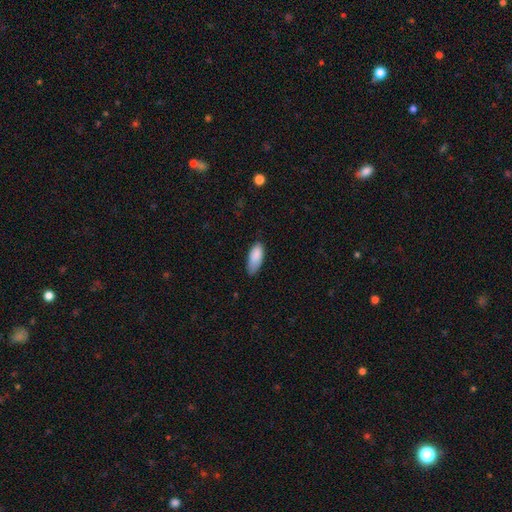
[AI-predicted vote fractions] A smooth galaxy with no disk features (88%) that is in between round and cigar-shaped (84%).

Vote fractions:
- Smooth or featured? smooth: 88% / star or artifact: 6% / featured or disk: 6%
- How rounded? in between: 84% / cigar-shaped: 15% / round: 2%
- Merging? none: 62% / minor disturbance: 32% / major disturbance: 5% / merger: 1%